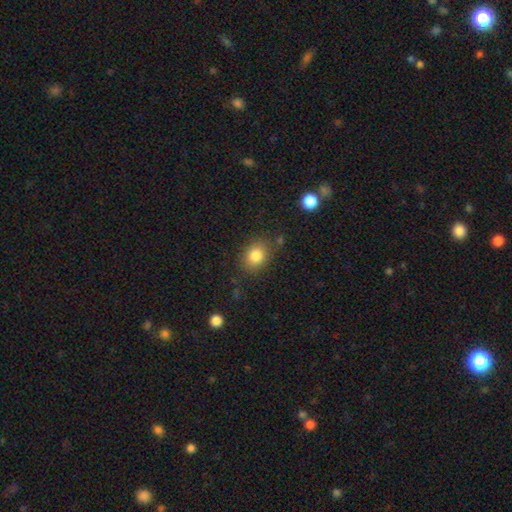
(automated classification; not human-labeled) A smooth galaxy with no disk features (84%) that is round (50%).

Vote fractions:
- Smooth or featured? smooth: 84% / star or artifact: 10% / featured or disk: 7%
- How rounded? round: 50% / in between: 49% / cigar-shaped: 1%
- Merging? none: 80% / minor disturbance: 13% / major disturbance: 4% / merger: 3%